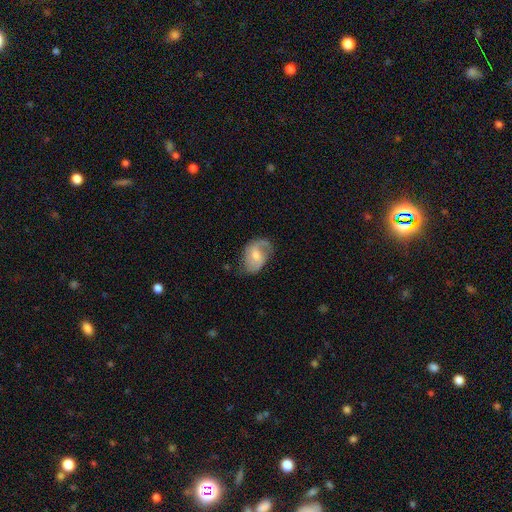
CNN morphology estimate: Smooth or featured? featured or disk (72%)
Edge-on disk? no (97%)
Bar? weak (47%)
Spiral arms? yes (92%)
Spiral winding? medium (44%)
Spiral arm count? 2 (72%)
Bulge size? moderate (54%)
Merging? none (59%)